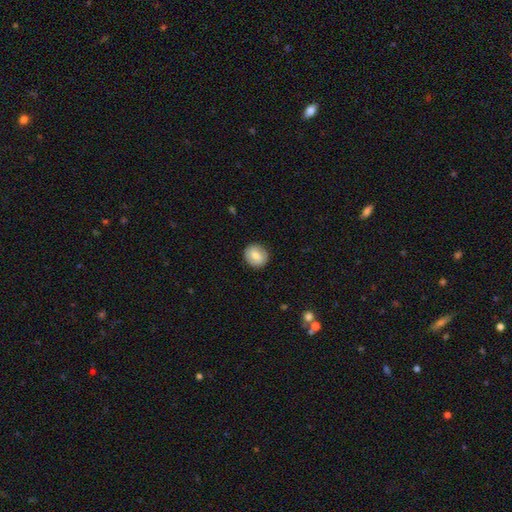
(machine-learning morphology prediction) Smooth or featured? smooth (70%)
How rounded? round (80%)
Merging? none (88%)